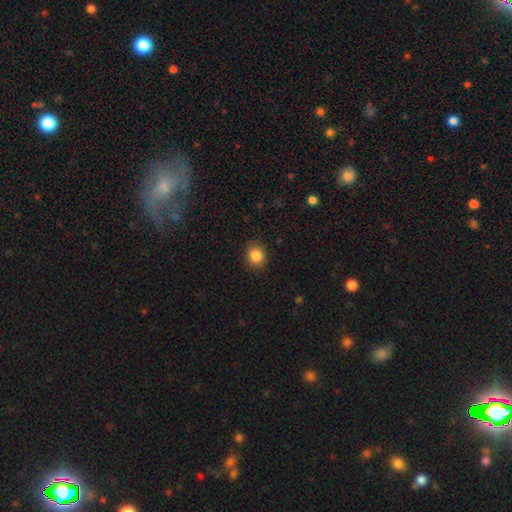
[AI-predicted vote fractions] smooth-or-featured: smooth: 86% | star or artifact: 10% | featured or disk: 4%
  how-rounded: round: 70% | in between: 29% | cigar-shaped: 1%
  merging: none: 88% | minor disturbance: 9% | major disturbance: 2% | merger: 1%